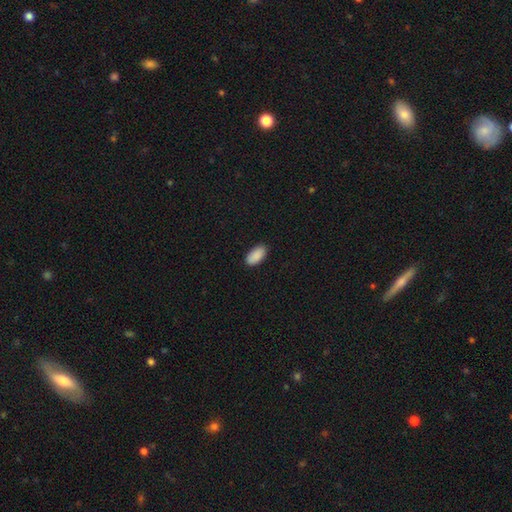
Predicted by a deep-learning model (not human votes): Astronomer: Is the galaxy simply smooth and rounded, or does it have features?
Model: smooth — 91%.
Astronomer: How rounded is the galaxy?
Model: in between — 94%.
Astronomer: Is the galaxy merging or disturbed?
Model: none — 88%.